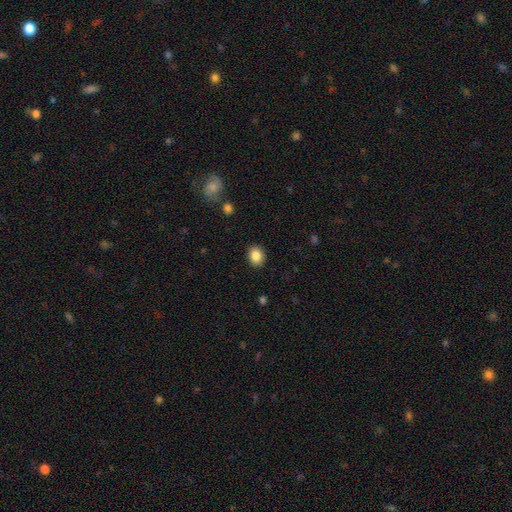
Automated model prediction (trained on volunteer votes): Q: Smooth or featured?
A: smooth (87%); runner-up: star or artifact (9%)
Q: How rounded?
A: in between (55%); runner-up: round (44%)
Q: Merging?
A: none (89%); runner-up: minor disturbance (8%)